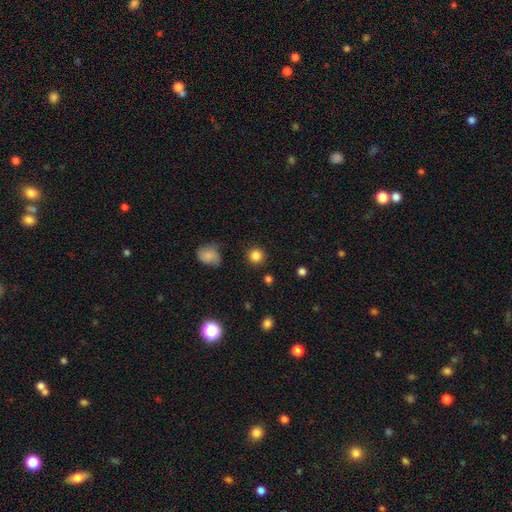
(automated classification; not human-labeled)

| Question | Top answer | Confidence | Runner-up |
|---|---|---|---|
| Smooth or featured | smooth | 85% | star or artifact (11%) |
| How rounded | round | 93% | in between (6%) |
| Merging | none | 88% | minor disturbance (8%) |